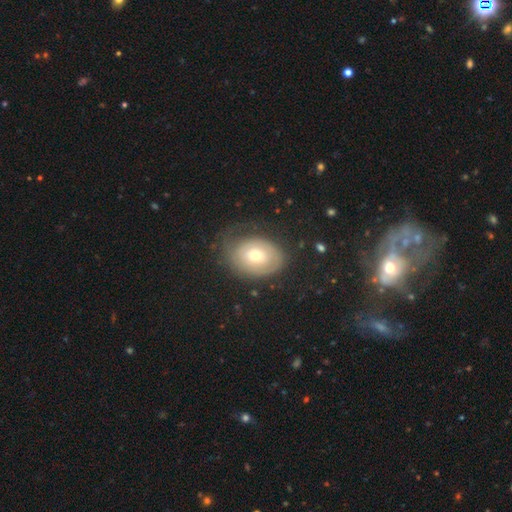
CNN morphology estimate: A smooth galaxy with no disk features (47%). Merging: none (63%).